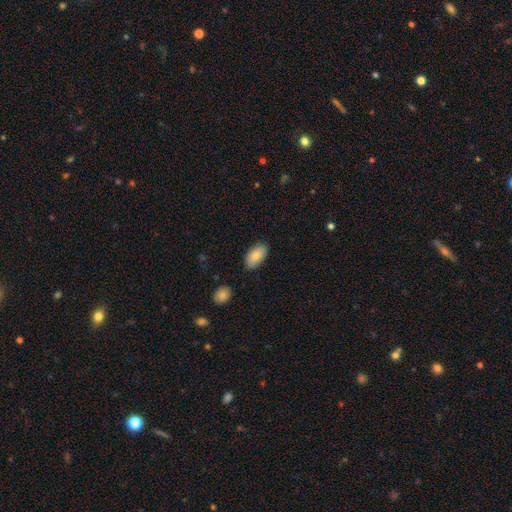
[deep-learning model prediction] Smooth or featured? Predicted: smooth (p=0.81). How rounded? Predicted: in between (p=0.94). Merging? Predicted: none (p=0.83).